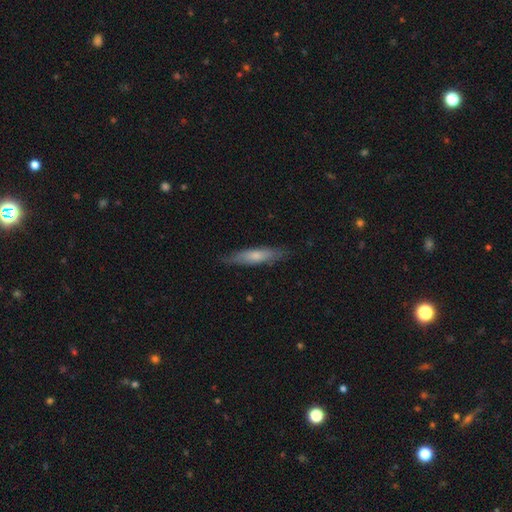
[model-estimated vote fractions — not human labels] The model was most divided on "smooth or featured": smooth: 63%, featured or disk: 32%, star or artifact: 6%. More confident: merging — none (81%); how rounded — cigar-shaped (80%).